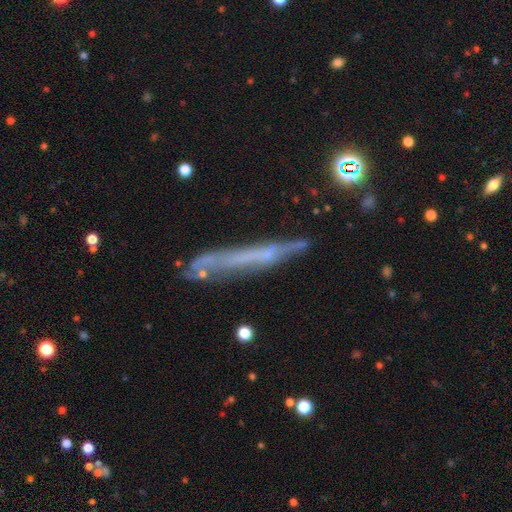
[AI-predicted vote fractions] smooth-or-featured: featured or disk: 55% | smooth: 34% | star or artifact: 12%
  disk-edge-on: yes: 82% | no: 18%
  merging: none: 61% | minor disturbance: 23% | major disturbance: 10% | merger: 6%